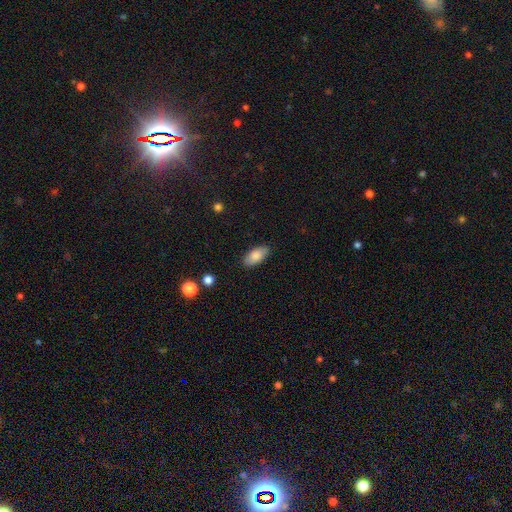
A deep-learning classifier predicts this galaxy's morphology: This appears to be a smooth galaxy with no disk features (84%) that is in between round and cigar-shaped (92%). Merging: none (86%).